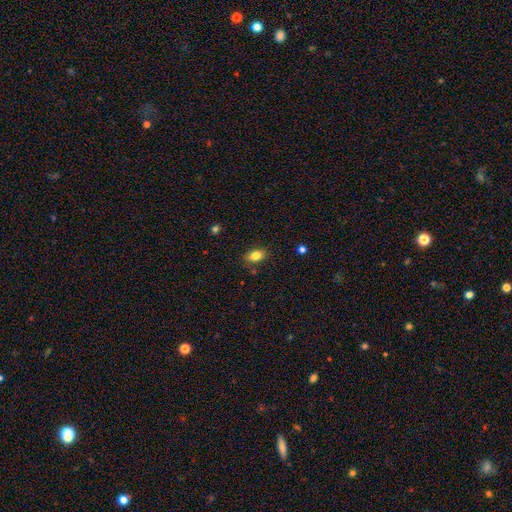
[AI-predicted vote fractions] Smooth or featured?
  - smooth: 83% *
  - star or artifact: 9%
  - featured or disk: 8%
How rounded?
  - in between: 84% *
  - round: 14%
  - cigar-shaped: 2%
Merging?
  - none: 84% *
  - minor disturbance: 11%
  - major disturbance: 3%
  - merger: 2%